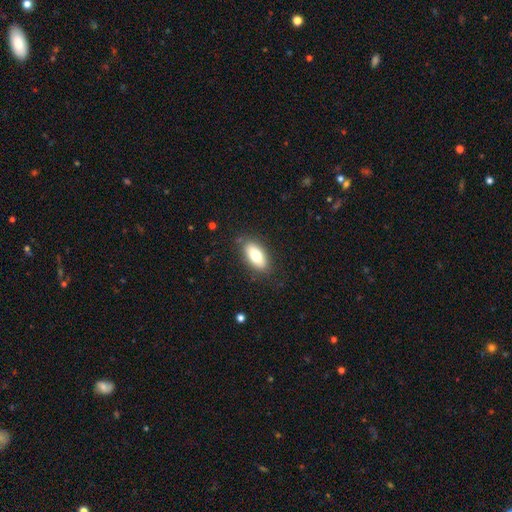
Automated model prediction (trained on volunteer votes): Q: Smooth or featured?
A: smooth (75%); runner-up: featured or disk (17%)
Q: How rounded?
A: in between (88%); runner-up: cigar-shaped (8%)
Q: Merging?
A: none (83%); runner-up: minor disturbance (12%)